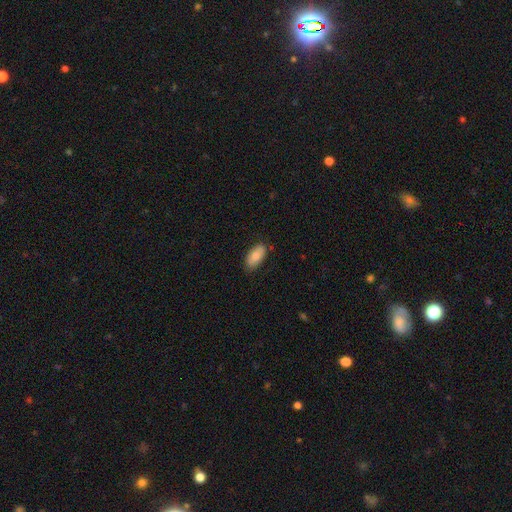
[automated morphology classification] A smooth galaxy with no disk features (82%) that is in between round and cigar-shaped (92%). Merging: none (81%).